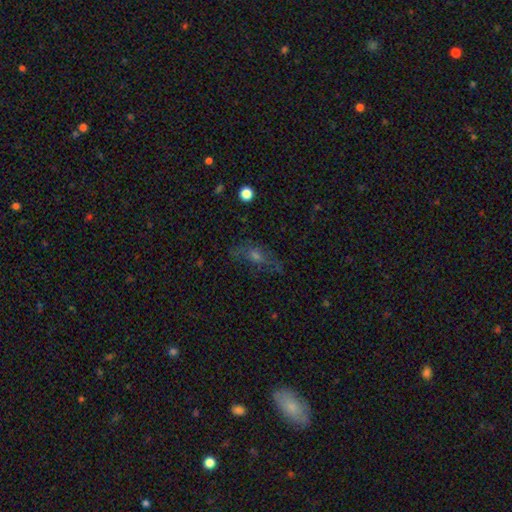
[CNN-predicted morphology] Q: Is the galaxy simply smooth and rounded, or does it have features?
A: featured or disk — 37%.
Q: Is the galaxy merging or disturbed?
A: none — 63%.